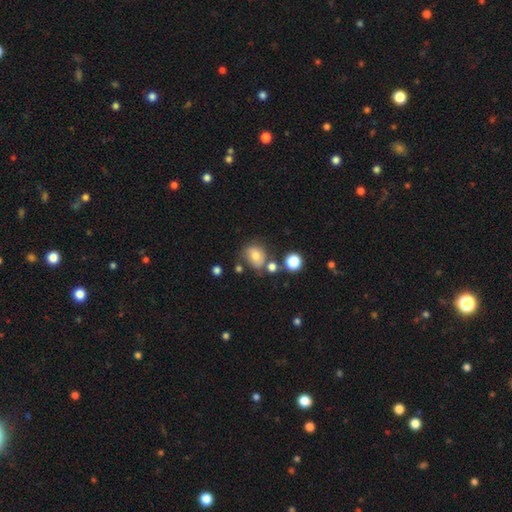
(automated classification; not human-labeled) Smooth or featured? Predicted: smooth (p=0.69). How rounded? Predicted: round (p=0.59). Merging? Predicted: none (p=0.53).